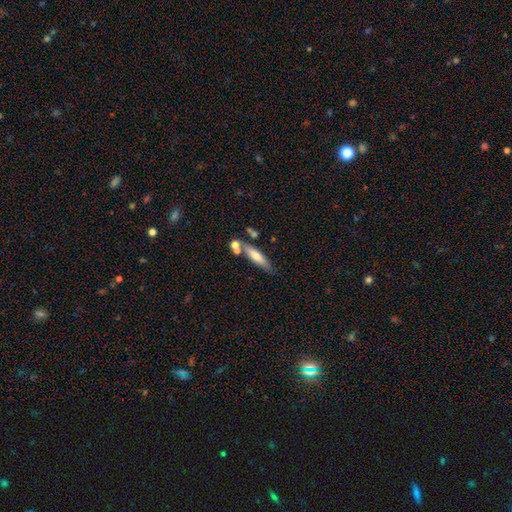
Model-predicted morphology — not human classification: This is likely a smooth galaxy (62%). How rounded: likely cigar-shaped (77%). Merging: likely none (64%).